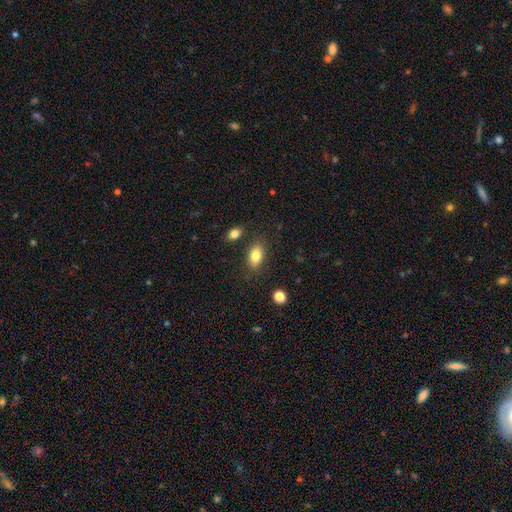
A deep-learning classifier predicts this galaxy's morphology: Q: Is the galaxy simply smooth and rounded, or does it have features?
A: smooth — 83%.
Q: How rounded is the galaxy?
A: in between — 89%.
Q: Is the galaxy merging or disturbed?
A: none — 82%.